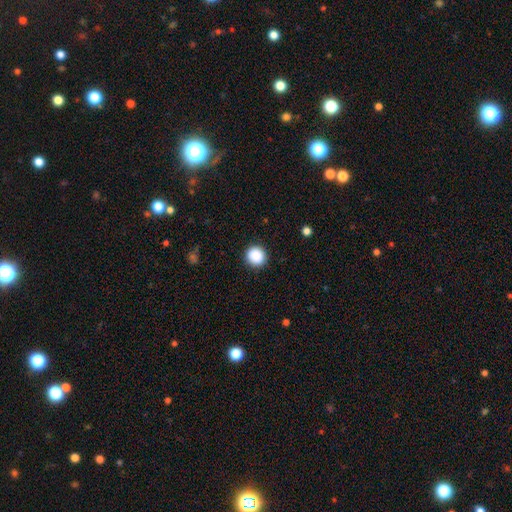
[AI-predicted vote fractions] Overall: smooth (88%). How rounded: round (92%). Merging: none (91%).